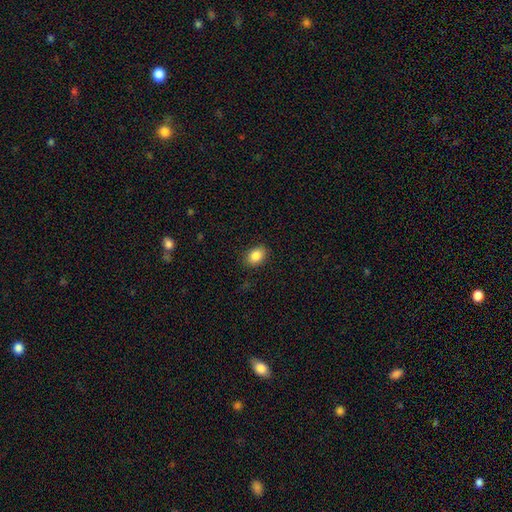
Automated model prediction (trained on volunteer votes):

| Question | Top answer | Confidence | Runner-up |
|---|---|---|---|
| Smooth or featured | smooth | 86% | star or artifact (9%) |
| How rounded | in between | 71% | round (28%) |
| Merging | none | 87% | minor disturbance (9%) |